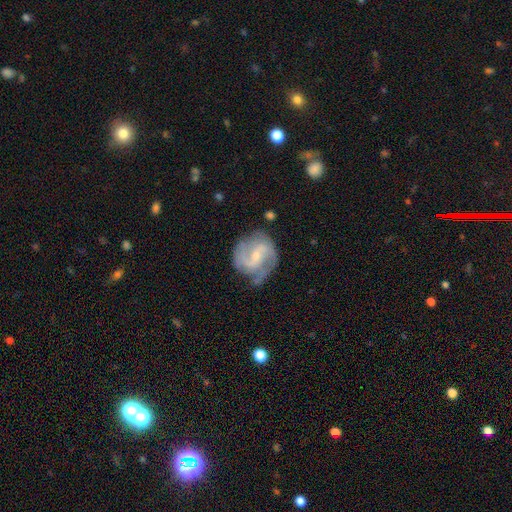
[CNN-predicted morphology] This is clearly a featured or disk galaxy (82%). It is clearly not viewed edge-on (98%). Bar: possibly weak (52%). Spiral arm pattern: clearly yes (94%). Spiral arm count: likely 2 (76%). Spiral winding: possibly medium (51%). Central bulge: likely small (66%). Merging: likely none (61%).